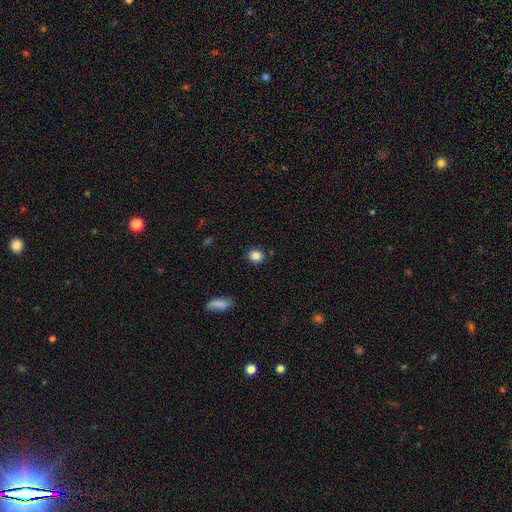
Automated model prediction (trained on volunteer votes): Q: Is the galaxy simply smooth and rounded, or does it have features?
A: smooth — 85%.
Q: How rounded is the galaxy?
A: round — 84%.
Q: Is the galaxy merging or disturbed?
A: none — 89%.